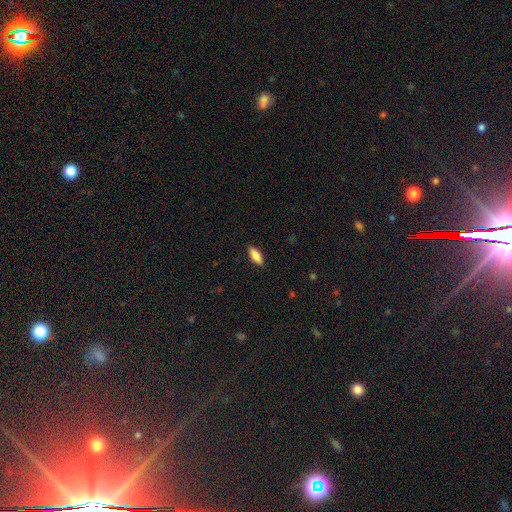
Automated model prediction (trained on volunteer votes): smooth-or-featured: smooth: 85% | featured or disk: 9% | star or artifact: 6%
  how-rounded: in between: 77% | cigar-shaped: 21% | round: 2%
  merging: none: 89% | minor disturbance: 8% | major disturbance: 2% | merger: 1%